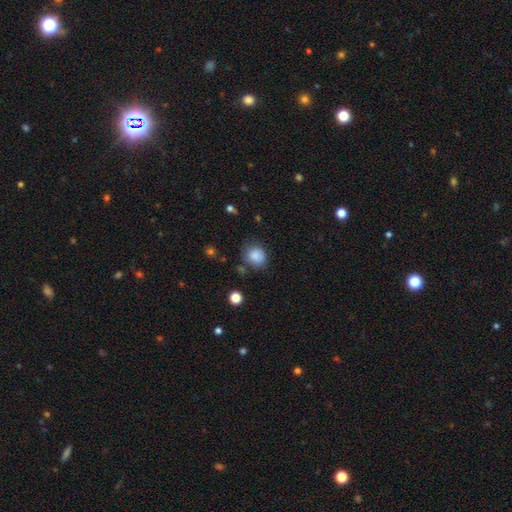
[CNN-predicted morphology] Smooth or featured? smooth (85%)
How rounded? round (75%)
Merging? none (72%)